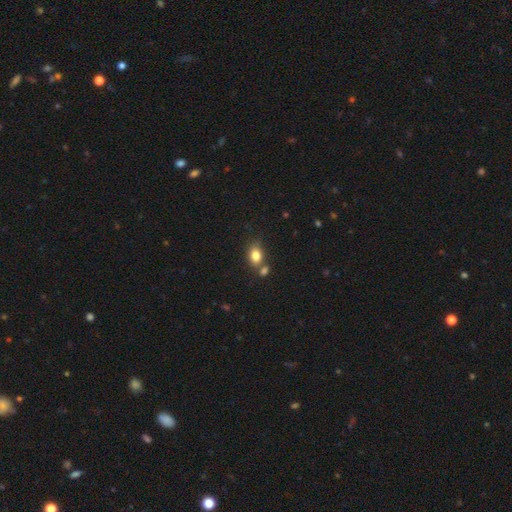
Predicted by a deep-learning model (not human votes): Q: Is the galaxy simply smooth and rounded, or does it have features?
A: smooth — 81%.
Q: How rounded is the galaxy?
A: in between — 73%.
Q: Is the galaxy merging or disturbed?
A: none — 57%.